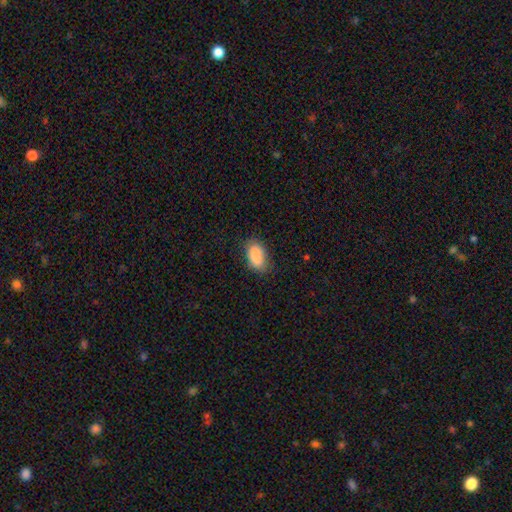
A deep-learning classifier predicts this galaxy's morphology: Q: Smooth or featured?
A: smooth (89%); runner-up: star or artifact (7%)
Q: How rounded?
A: in between (92%); runner-up: round (5%)
Q: Merging?
A: none (75%); runner-up: minor disturbance (20%)